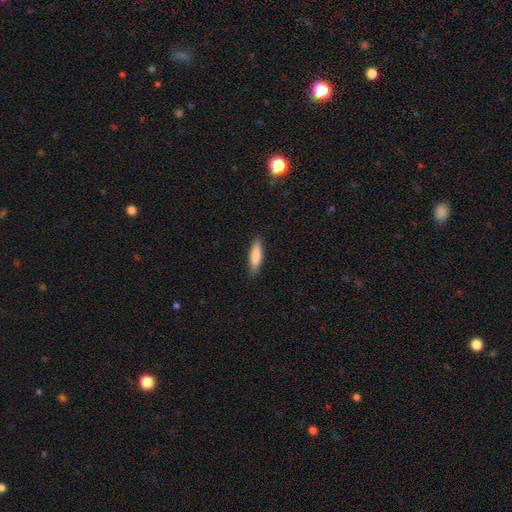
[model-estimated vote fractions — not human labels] Morphology: type=smooth (82%); roundness=cigar-shaped (65%); merging=none (87%).